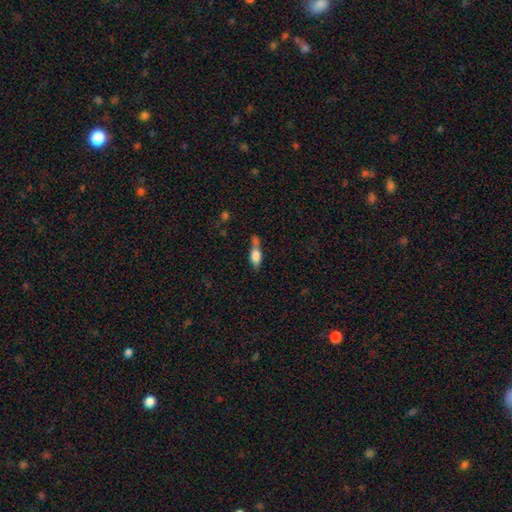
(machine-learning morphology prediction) smooth 70%, featured or disk 22%, star or artifact 9%. Down the decision tree: how rounded — in between (68%); merging — none (39%).